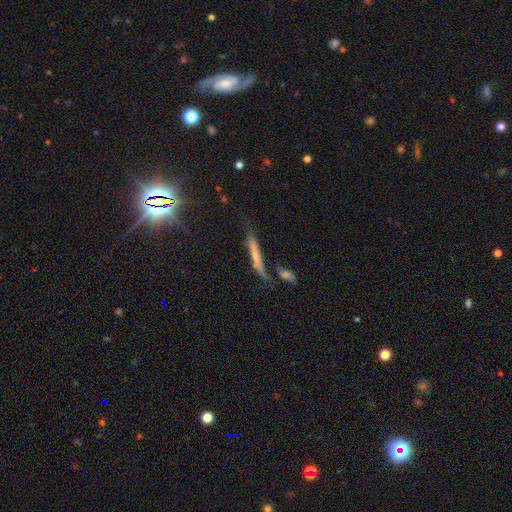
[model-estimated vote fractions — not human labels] Q: Smooth or featured?
A: smooth (46%); runner-up: featured or disk (42%)
Q: Merging?
A: none (45%); runner-up: merger (23%)